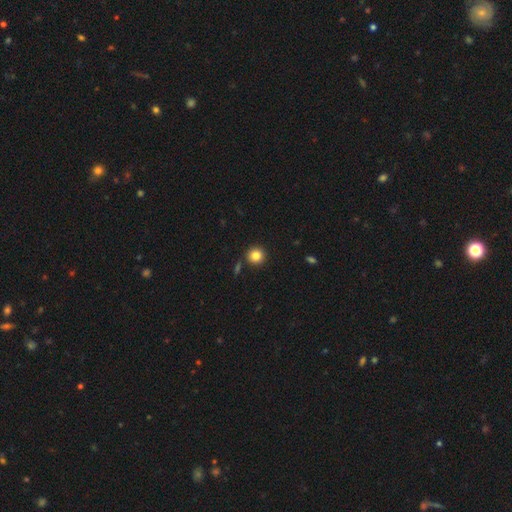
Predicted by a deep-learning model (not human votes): The model was most divided on "smooth or featured": smooth: 83%, star or artifact: 11%, featured or disk: 6%. More confident: how rounded — round (94%); merging — none (87%).